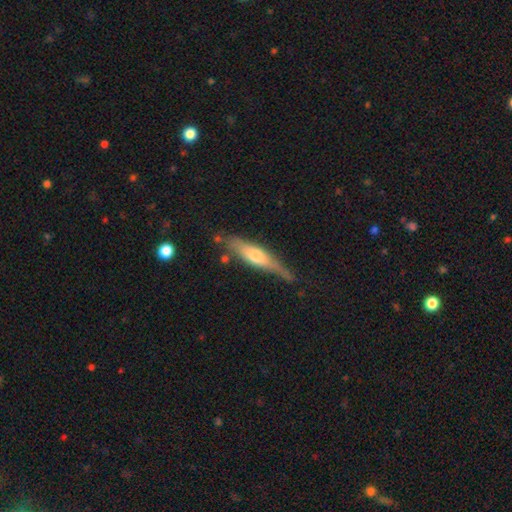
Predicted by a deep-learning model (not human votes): This appears to be a featured or disk galaxy (55%) viewed edge-on (88%). Merging: none (65%).